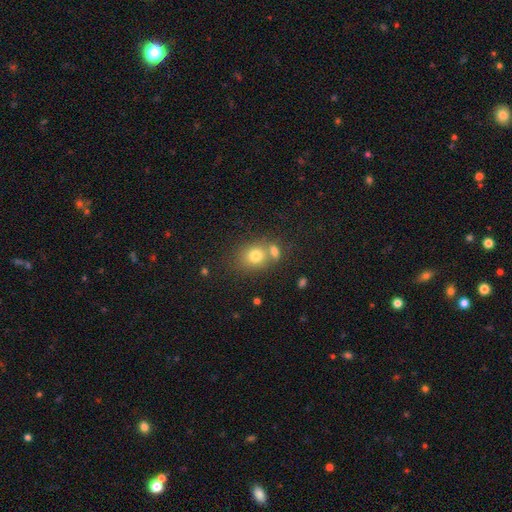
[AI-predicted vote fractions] smooth-or-featured: smooth: 77% | star or artifact: 12% | featured or disk: 11%
  how-rounded: round: 60% | in between: 39% | cigar-shaped: 1%
  merging: none: 49% | merger: 36% | minor disturbance: 11% | major disturbance: 4%